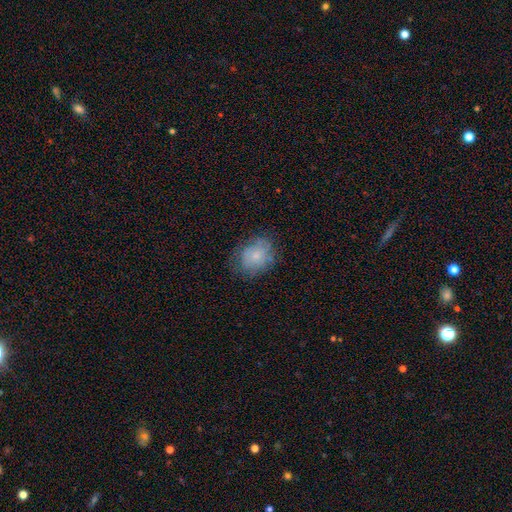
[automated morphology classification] This appears to be a smooth galaxy with no disk features (64%) that is round (53%). Merging: none (67%).